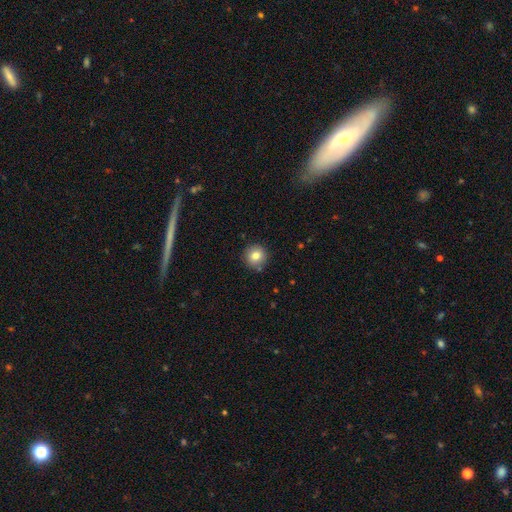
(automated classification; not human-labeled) The model was most divided on "smooth or featured": smooth: 81%, star or artifact: 10%, featured or disk: 9%. More confident: how rounded — round (94%); merging — none (89%).